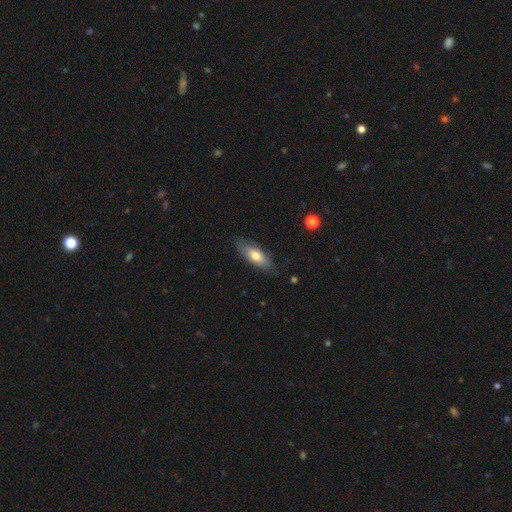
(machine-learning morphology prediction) The model was most divided on "smooth or featured": smooth: 69%, featured or disk: 25%, star or artifact: 6%. More confident: merging — none (78%); how rounded — in between (75%).